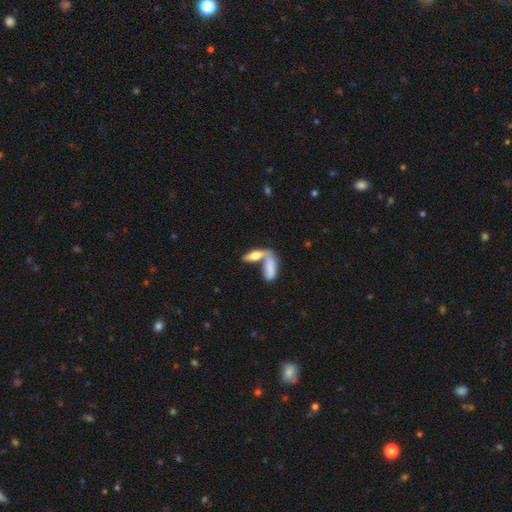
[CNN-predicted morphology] A smooth galaxy with no disk features (68%) that is in between round and cigar-shaped (69%). Merging: merger (61%).